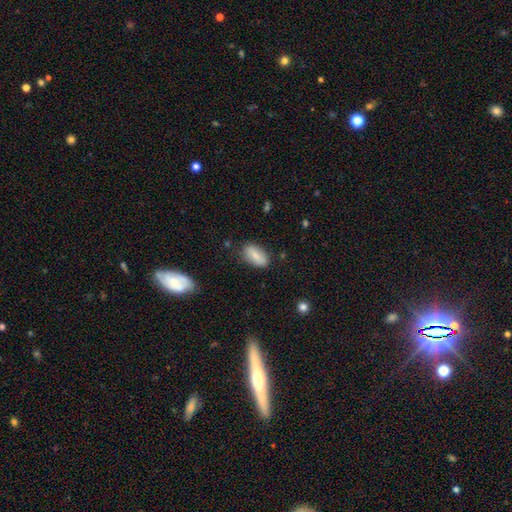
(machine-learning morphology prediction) smooth-or-featured: smooth: 78% | featured or disk: 15% | star or artifact: 7%
  how-rounded: in between: 88% | cigar-shaped: 9% | round: 3%
  merging: none: 80% | minor disturbance: 15% | major disturbance: 3% | merger: 2%